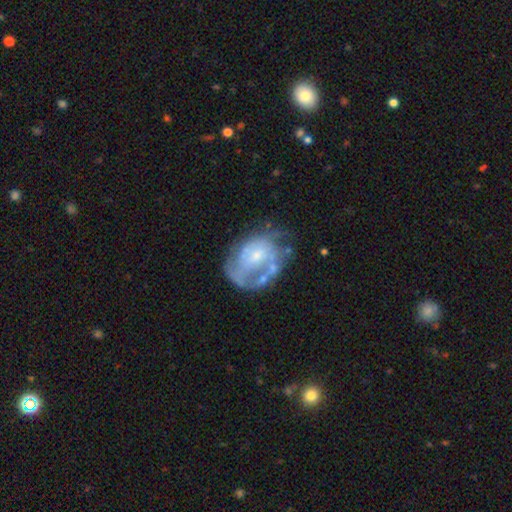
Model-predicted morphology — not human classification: smooth-or-featured: featured or disk: 70% | smooth: 22% | star or artifact: 8%
  disk-edge-on: no: 98% | yes: 2%
    bar: no: 70% | weak: 25% | strong: 5%
    has-spiral-arms: yes: 61% | no: 39%
    bulge-size: small: 49% | moderate: 35% | none: 11% | large: 4% | dominant: 1%
  merging: none: 39% | major disturbance: 28% | minor disturbance: 25% | merger: 8%